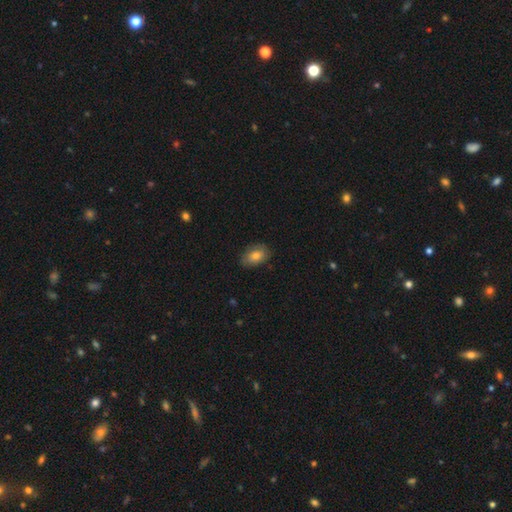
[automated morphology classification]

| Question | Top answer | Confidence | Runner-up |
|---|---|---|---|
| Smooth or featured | smooth | 77% | featured or disk (15%) |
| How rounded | in between | 87% | round (11%) |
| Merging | none | 82% | minor disturbance (15%) |